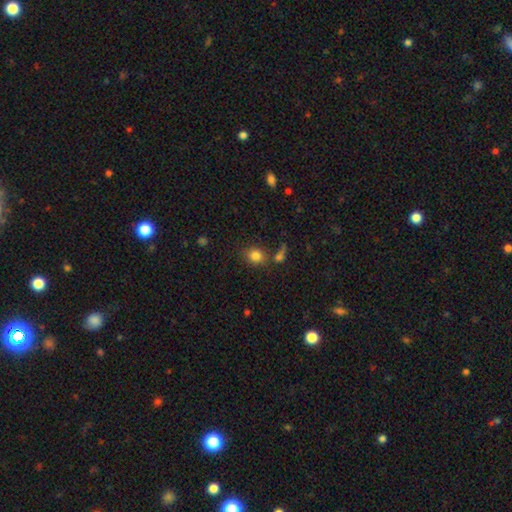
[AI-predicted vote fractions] Q: Smooth or featured?
A: smooth (82%); runner-up: star or artifact (11%)
Q: How rounded?
A: round (62%); runner-up: in between (37%)
Q: Merging?
A: none (68%); runner-up: merger (14%)